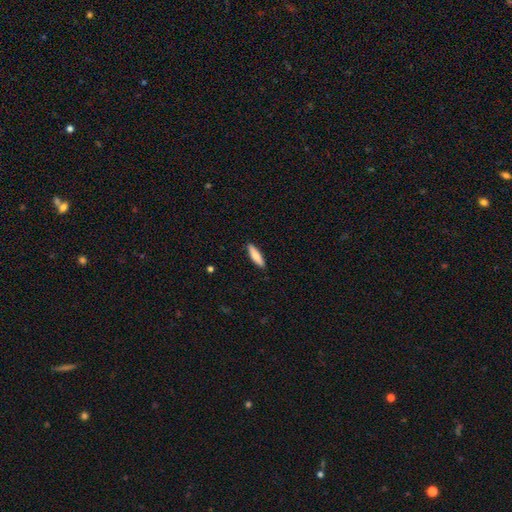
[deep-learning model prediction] This is likely a smooth galaxy (76%). How rounded: likely cigar-shaped (69%). Merging: clearly none (90%).